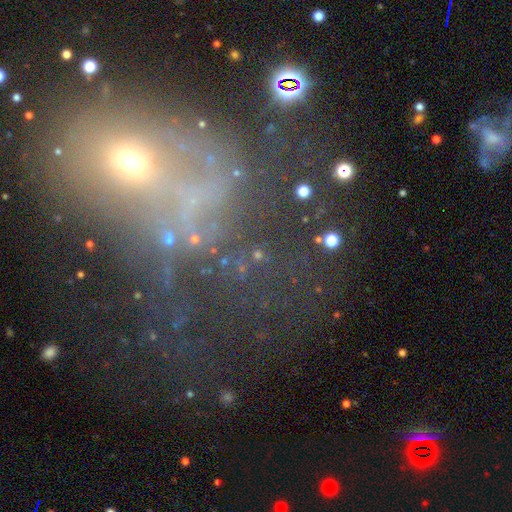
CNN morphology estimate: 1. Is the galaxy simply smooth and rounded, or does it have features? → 38% star or artifact, 31% smooth, 31% featured or disk.